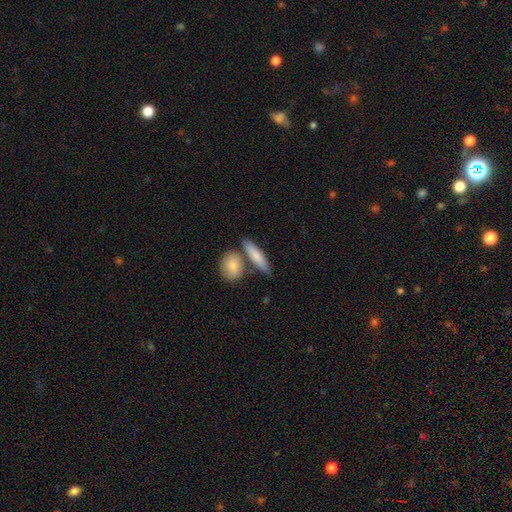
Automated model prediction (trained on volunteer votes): Smooth or featured: smooth — 81% (featured or disk — 14%)
How rounded: cigar-shaped — 55% (in between — 40%)
Merging: none — 63% (merger — 21%)